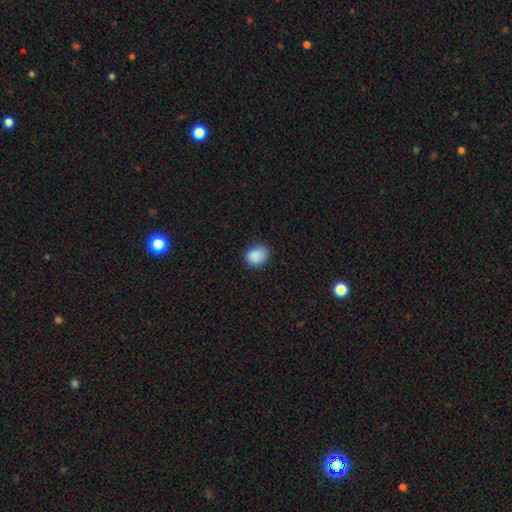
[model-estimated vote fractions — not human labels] This appears to be a smooth galaxy with no disk features (88%) that is round (58%). Merging: none (79%).